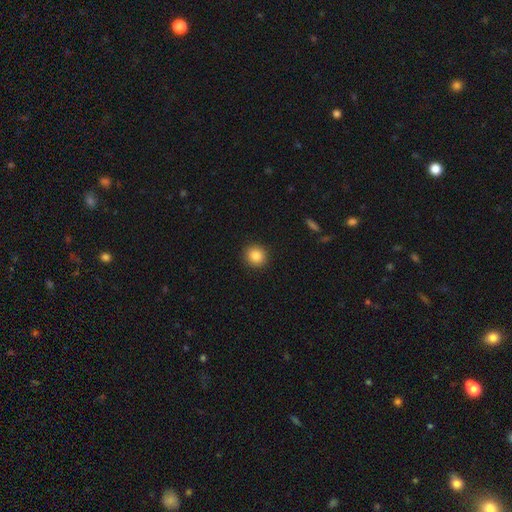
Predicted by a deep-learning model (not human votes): A smooth galaxy with no disk features (85%) that is round (89%).

Vote fractions:
- Smooth or featured? smooth: 85% / star or artifact: 10% / featured or disk: 5%
- How rounded? round: 89% / in between: 10% / cigar-shaped: 1%
- Merging? none: 92% / minor disturbance: 5% / major disturbance: 2% / merger: 1%